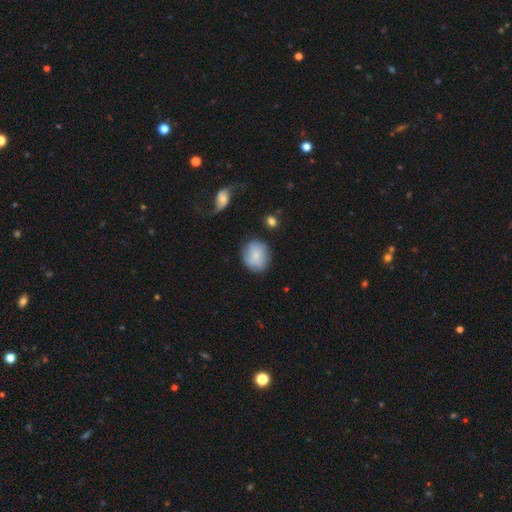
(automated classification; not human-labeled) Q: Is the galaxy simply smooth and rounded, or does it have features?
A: smooth — 74%.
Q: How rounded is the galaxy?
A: round — 69%.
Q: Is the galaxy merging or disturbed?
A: none — 74%.